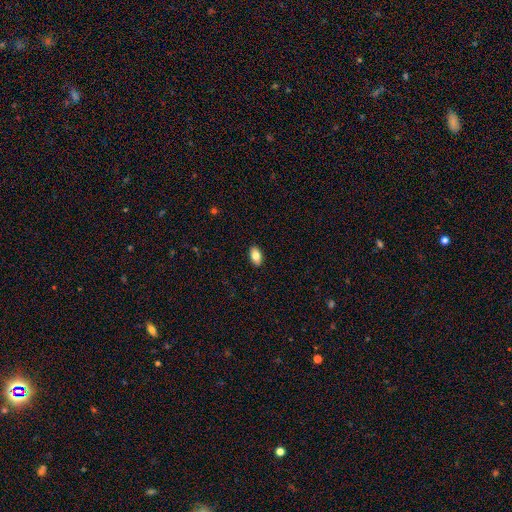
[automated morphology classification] Q: Smooth or featured?
A: smooth (83%); runner-up: featured or disk (10%)
Q: How rounded?
A: in between (92%); runner-up: round (5%)
Q: Merging?
A: none (90%); runner-up: minor disturbance (7%)